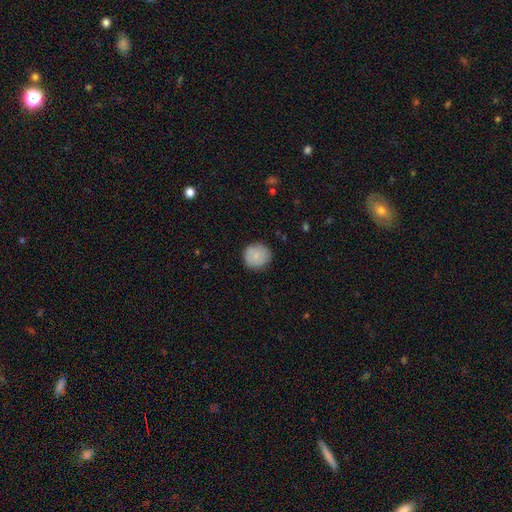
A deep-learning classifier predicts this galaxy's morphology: Overall: smooth (81%). How rounded: round (88%). Merging: none (84%).